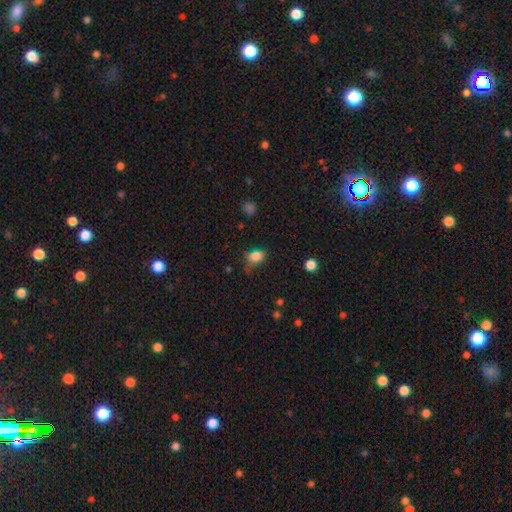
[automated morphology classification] smooth 80%, star or artifact 12%, featured or disk 8%. Down the decision tree: how rounded — in between (73%); merging — none (50%).